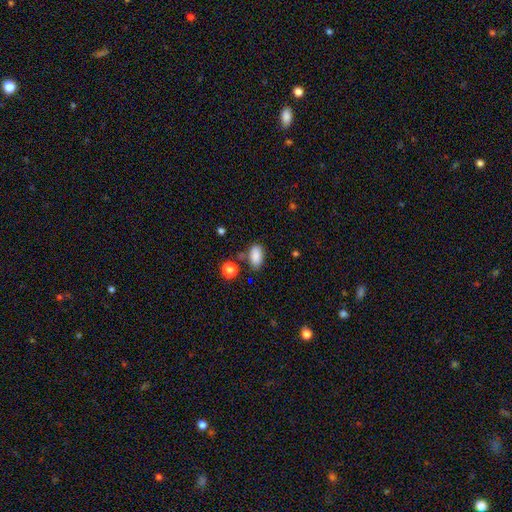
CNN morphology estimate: smooth-or-featured: smooth: 86% | star or artifact: 9% | featured or disk: 5%
  how-rounded: in between: 91% | round: 6% | cigar-shaped: 3%
  merging: none: 70% | minor disturbance: 18% | merger: 7% | major disturbance: 5%